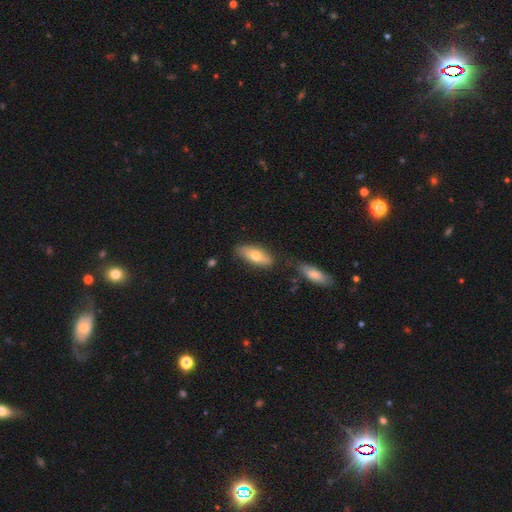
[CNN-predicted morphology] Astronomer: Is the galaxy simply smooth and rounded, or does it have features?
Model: smooth — 67%.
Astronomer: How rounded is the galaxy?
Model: in between — 73%.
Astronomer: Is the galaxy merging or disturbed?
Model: none — 74%.